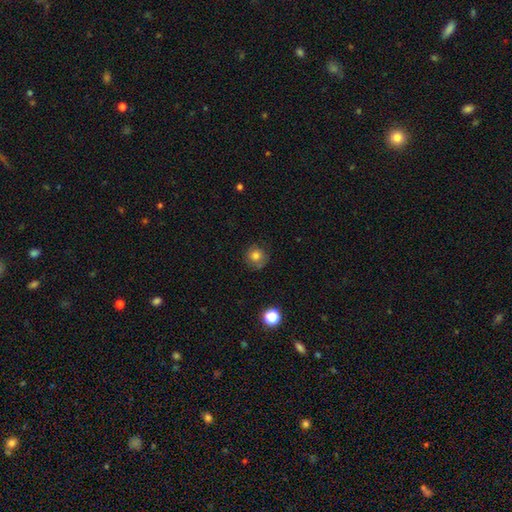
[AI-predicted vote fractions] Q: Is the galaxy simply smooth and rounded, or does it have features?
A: smooth — 77%.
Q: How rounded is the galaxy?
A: round — 91%.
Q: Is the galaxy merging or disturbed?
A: none — 79%.